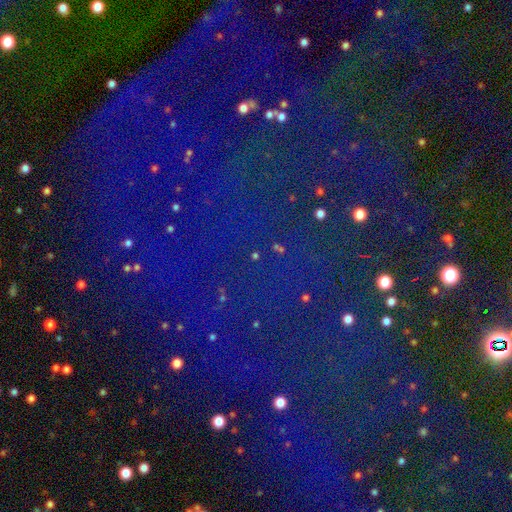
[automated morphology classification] A star or artifact, not a galaxy (80%).

Vote fractions:
- Smooth or featured? star or artifact: 80% / smooth: 12% / featured or disk: 8%